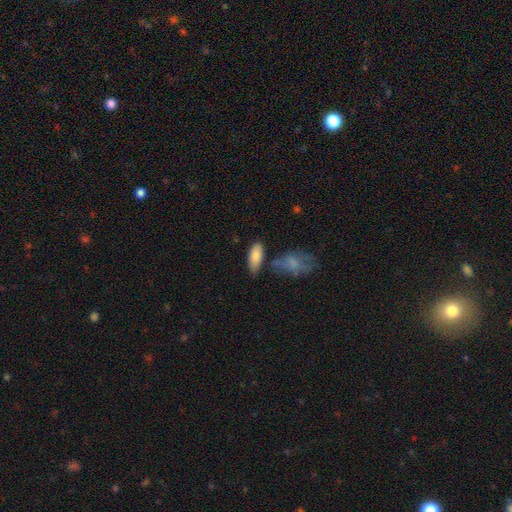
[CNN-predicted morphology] This is clearly a smooth galaxy (83%). How rounded: clearly in between (85%). Merging: likely none (65%).